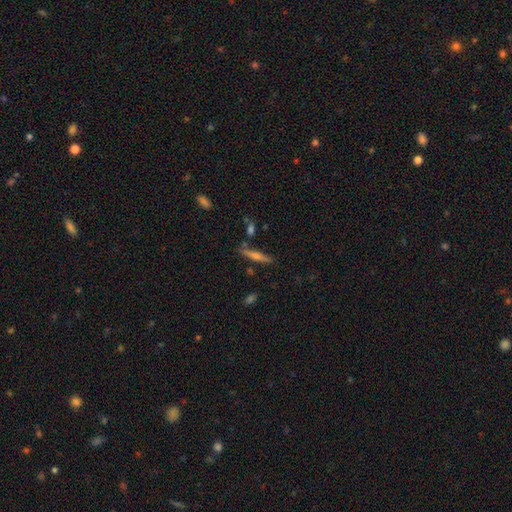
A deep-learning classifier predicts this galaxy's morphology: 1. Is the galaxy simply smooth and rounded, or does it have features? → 51% featured or disk, 36% smooth, 13% star or artifact.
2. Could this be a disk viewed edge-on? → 91% yes, 9% no.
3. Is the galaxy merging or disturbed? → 78% none, 12% minor disturbance, 7% merger, 4% major disturbance.